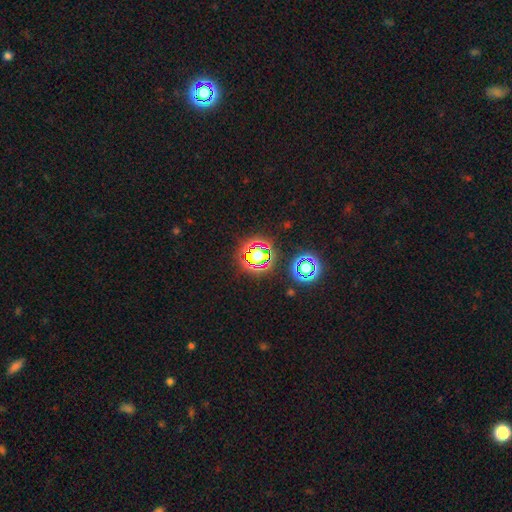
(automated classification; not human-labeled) This appears to be a star or artifact, not a galaxy (55%).